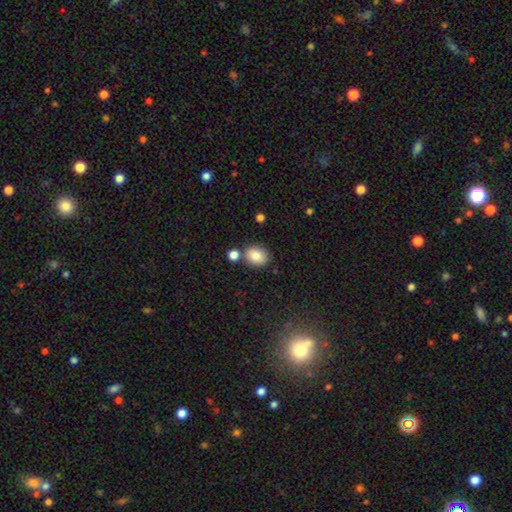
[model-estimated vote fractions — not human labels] Smooth or featured? Predicted: smooth (p=0.82). How rounded? Predicted: in between (p=0.51). Merging? Predicted: none (p=0.76).